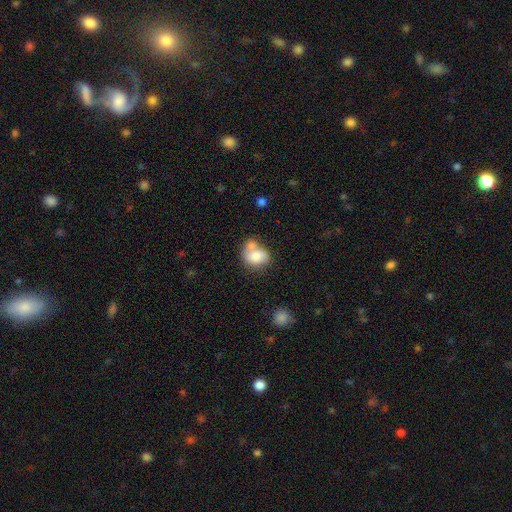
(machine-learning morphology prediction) Q: Smooth or featured?
A: smooth (73%); runner-up: featured or disk (19%)
Q: How rounded?
A: in between (54%); runner-up: round (45%)
Q: Merging?
A: merger (47%); runner-up: none (29%)